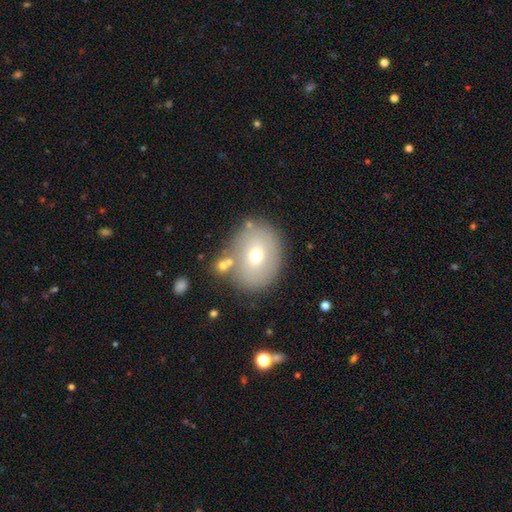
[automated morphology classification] This is likely a smooth galaxy (61%). How rounded: possibly round (52%). Merging: likely none (75%).